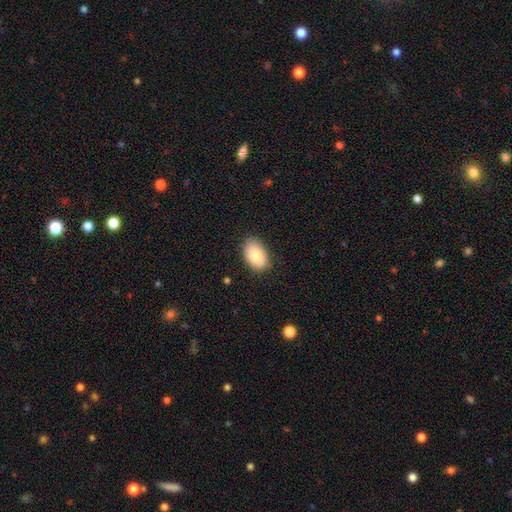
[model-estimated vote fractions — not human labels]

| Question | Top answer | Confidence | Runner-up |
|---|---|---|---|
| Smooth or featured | smooth | 83% | featured or disk (10%) |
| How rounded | in between | 92% | round (7%) |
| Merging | none | 82% | minor disturbance (15%) |